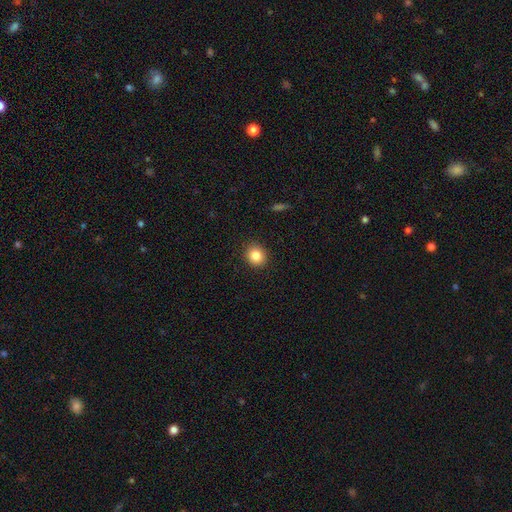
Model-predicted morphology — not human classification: This is clearly a smooth galaxy (85%). How rounded: likely round (79%). Merging: clearly none (91%).